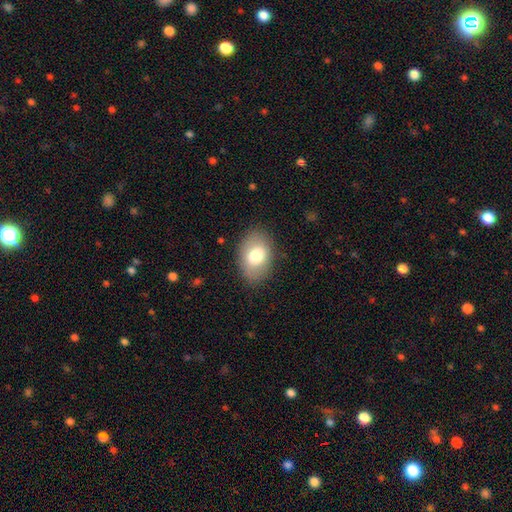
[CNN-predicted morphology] A smooth galaxy with no disk features (76%) that is in between round and cigar-shaped (84%).

Vote fractions:
- Smooth or featured? smooth: 76% / featured or disk: 17% / star or artifact: 7%
- How rounded? in between: 84% / round: 15% / cigar-shaped: 1%
- Merging? none: 84% / minor disturbance: 11% / major disturbance: 3% / merger: 1%